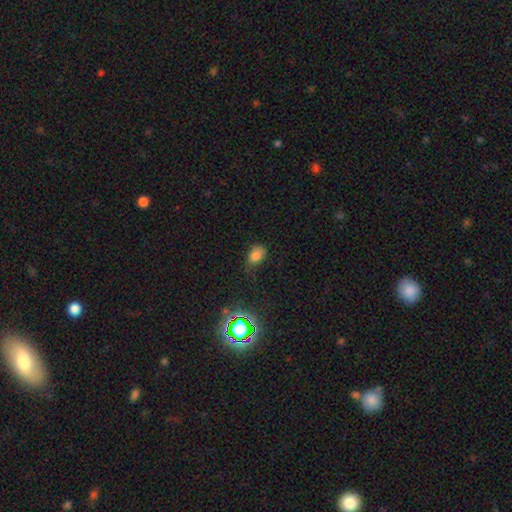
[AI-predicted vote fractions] A smooth galaxy with no disk features (75%) that is in between round and cigar-shaped (74%).

Vote fractions:
- Smooth or featured? smooth: 75% / star or artifact: 18% / featured or disk: 8%
- How rounded? in between: 74% / round: 25% / cigar-shaped: 1%
- Merging? none: 59% / minor disturbance: 29% / major disturbance: 9% / merger: 2%